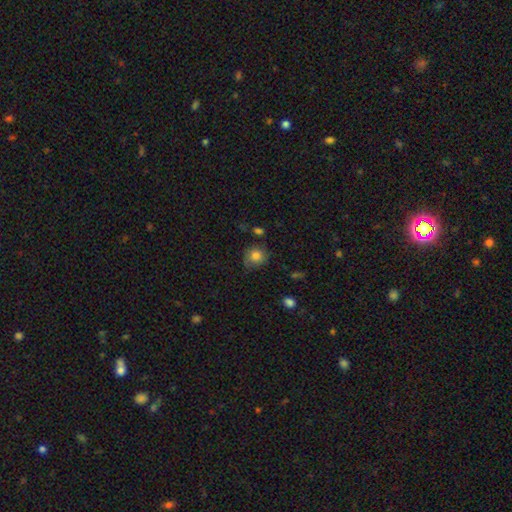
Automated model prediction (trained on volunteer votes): Smooth or featured? Predicted: smooth (p=0.81). How rounded? Predicted: round (p=0.85). Merging? Predicted: none (p=0.67).